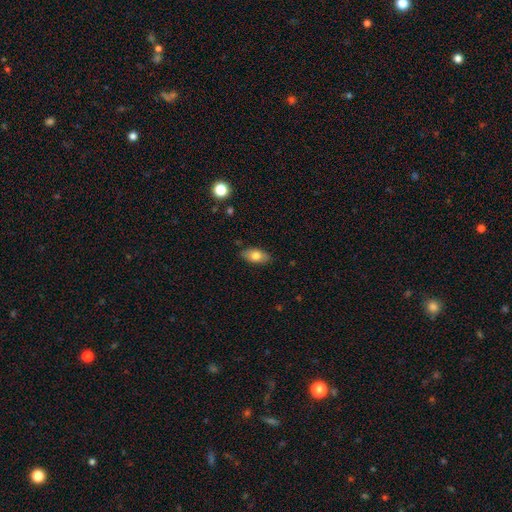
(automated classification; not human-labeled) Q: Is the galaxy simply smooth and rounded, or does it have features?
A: smooth — 77%.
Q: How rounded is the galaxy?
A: in between — 89%.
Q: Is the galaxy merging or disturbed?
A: none — 85%.